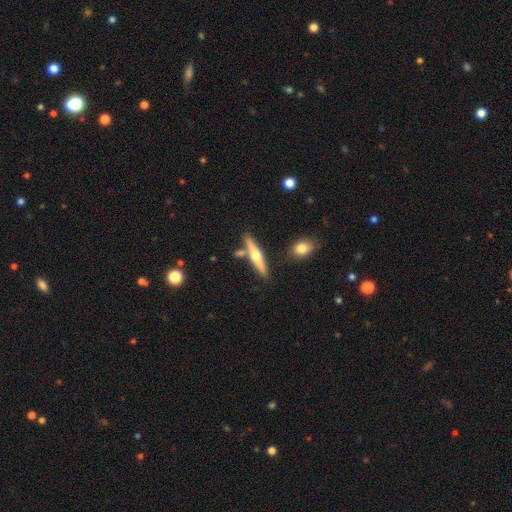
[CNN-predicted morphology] Overall: featured or disk (59%; smooth 35%). Edge-on disk: yes (95%). Edge-on bulge: rounded (92%). Merging: none (76%).